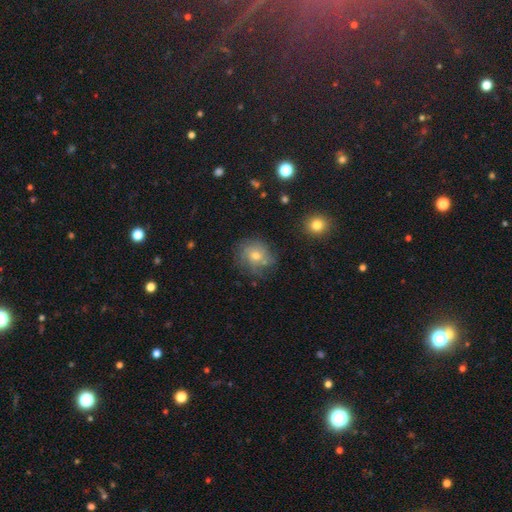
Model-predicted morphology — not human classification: This appears to be a featured or disk galaxy (49%). Merging: none (74%).